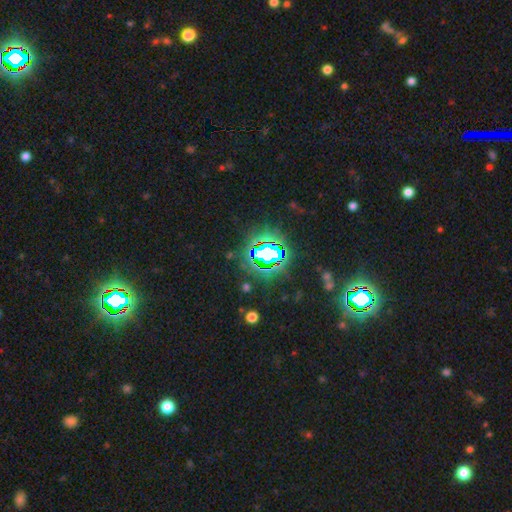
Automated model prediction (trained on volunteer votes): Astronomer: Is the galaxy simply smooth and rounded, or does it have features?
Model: star or artifact — 83%.